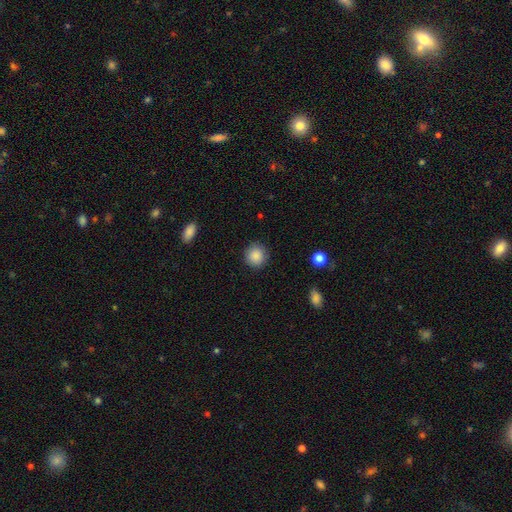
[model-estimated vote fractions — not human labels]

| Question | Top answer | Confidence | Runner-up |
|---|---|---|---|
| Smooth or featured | smooth | 88% | star or artifact (8%) |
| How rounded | round | 92% | in between (7%) |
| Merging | none | 90% | minor disturbance (7%) |